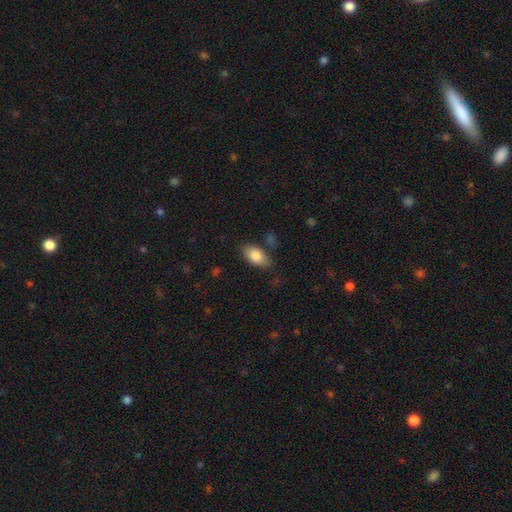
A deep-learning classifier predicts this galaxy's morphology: smooth_or_featured: smooth (p=0.83) [alt: featured or disk p=0.10]
how_rounded: in between (p=0.92) [alt: round p=0.05]
merging: none (p=0.75) [alt: minor disturbance p=0.16]